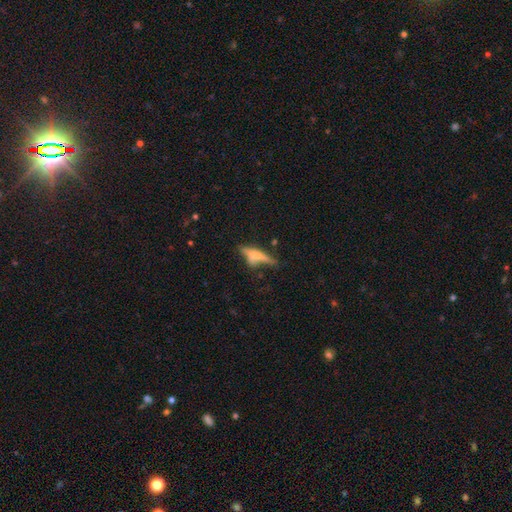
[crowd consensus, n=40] Volunteers were most divided on "merging": none: 43%, minor disturbance: 31%, major disturbance: 14%, merger: 11%. More confident: how rounded — cigar-shaped (83%); smooth or featured — smooth (60%).